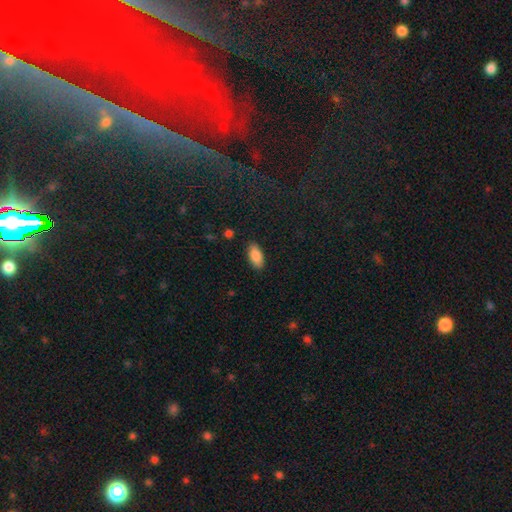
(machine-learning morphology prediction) Smooth or featured? Predicted: smooth (p=0.86). How rounded? Predicted: in between (p=0.91). Merging? Predicted: none (p=0.88).